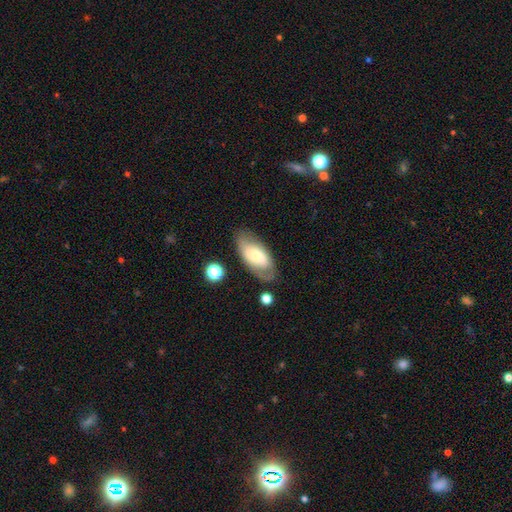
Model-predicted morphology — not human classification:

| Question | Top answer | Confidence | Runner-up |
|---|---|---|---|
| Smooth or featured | smooth | 56% | featured or disk (37%) |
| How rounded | in between | 91% | cigar-shaped (6%) |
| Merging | none | 71% | minor disturbance (19%) |